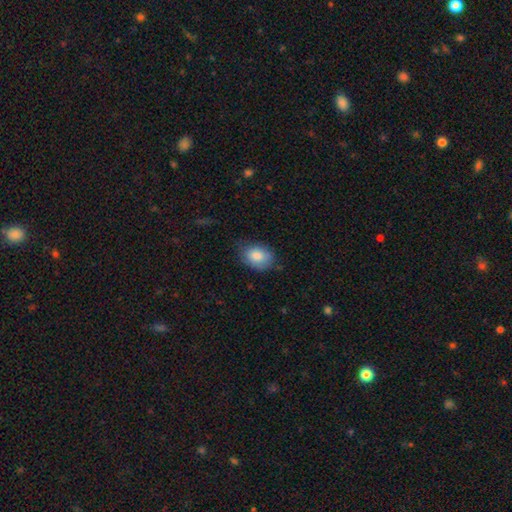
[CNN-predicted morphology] Smooth or featured: smooth — 82% (featured or disk — 11%)
How rounded: in between — 71% (round — 28%)
Merging: none — 65% (minor disturbance — 27%)